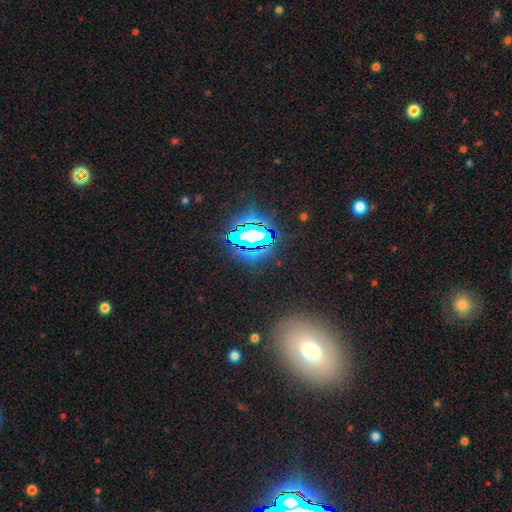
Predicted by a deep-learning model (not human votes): Morphology: type=star or artifact (52%).